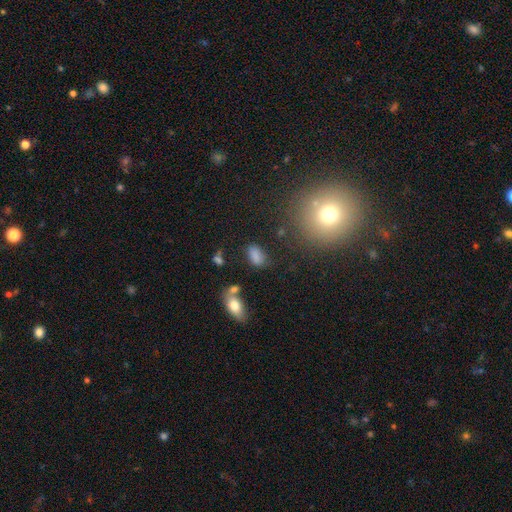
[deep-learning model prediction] Morphology: type=smooth (78%); roundness=in between (89%); merging=none (64%).